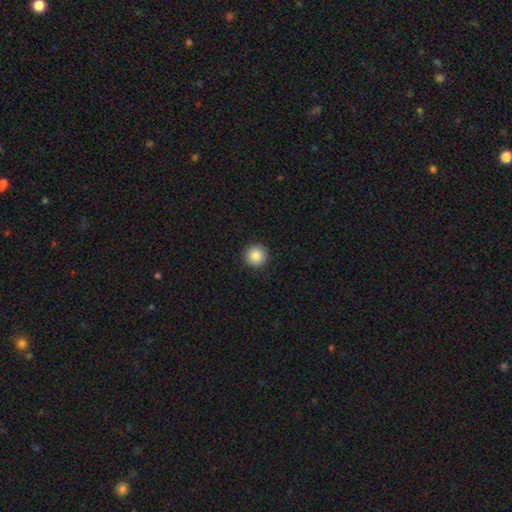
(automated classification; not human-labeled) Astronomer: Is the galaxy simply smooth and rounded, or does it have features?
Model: smooth — 87%.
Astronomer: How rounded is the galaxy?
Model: round — 96%.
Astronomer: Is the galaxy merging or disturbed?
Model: none — 93%.